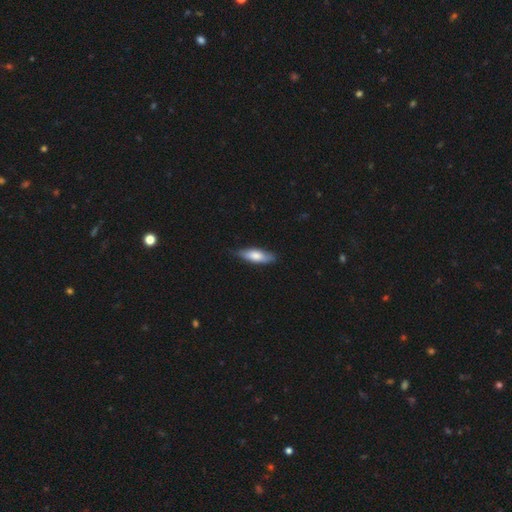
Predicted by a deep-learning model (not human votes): Smooth or featured? smooth (72%)
How rounded? in between (53%)
Merging? none (76%)